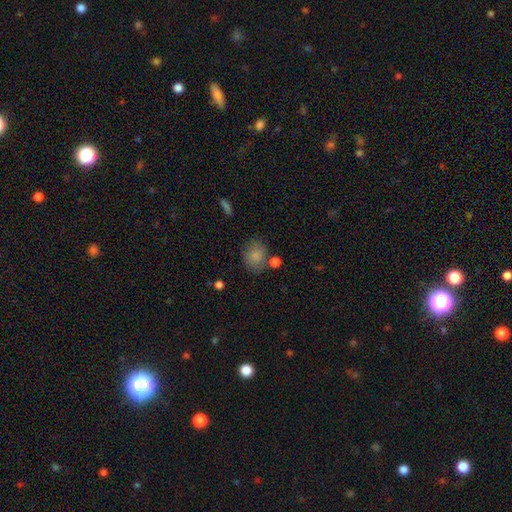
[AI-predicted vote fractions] Smooth or featured: smooth — 84% (star or artifact — 9%)
How rounded: round — 63% (in between — 36%)
Merging: none — 68% (minor disturbance — 16%)